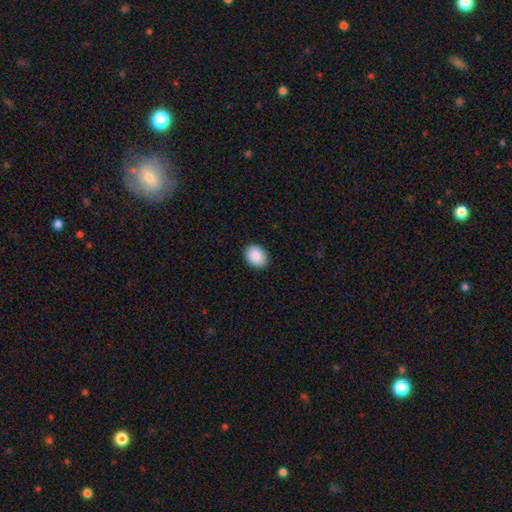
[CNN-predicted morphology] Smooth or featured? Predicted: smooth (p=0.91). How rounded? Predicted: in between (p=0.57). Merging? Predicted: none (p=0.90).